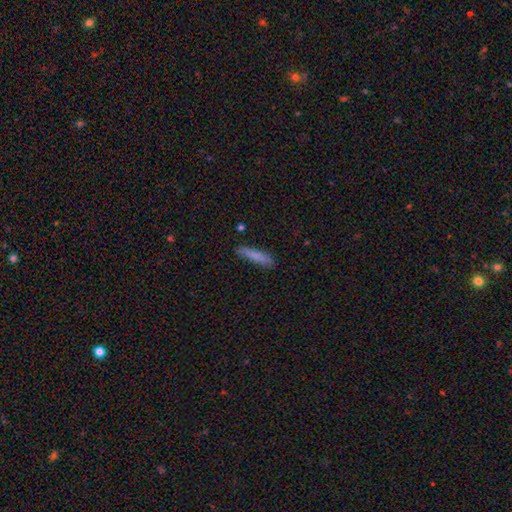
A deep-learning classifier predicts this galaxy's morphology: Smooth or featured? smooth (82%)
How rounded? cigar-shaped (90%)
Merging? none (85%)